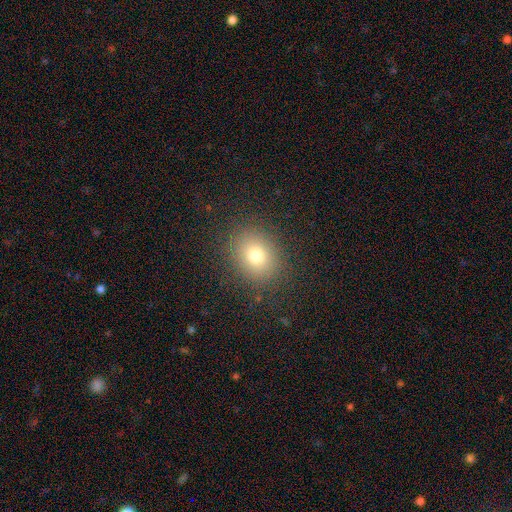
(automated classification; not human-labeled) This appears to be a smooth galaxy with no disk features (76%) that is round (64%). Merging: none (87%).